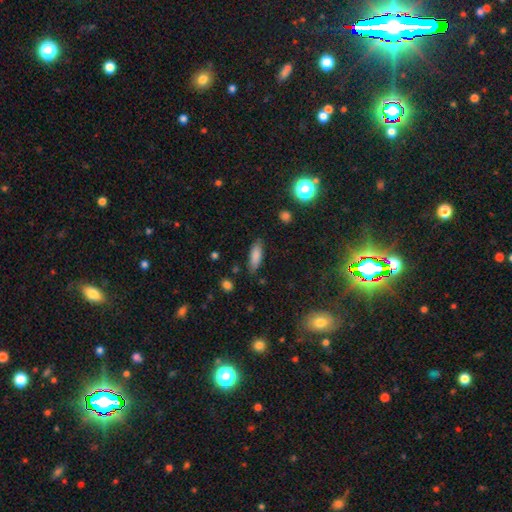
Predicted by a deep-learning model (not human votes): This appears to be a smooth galaxy with no disk features (83%) that is in between round and cigar-shaped (56%). Merging: none (81%).